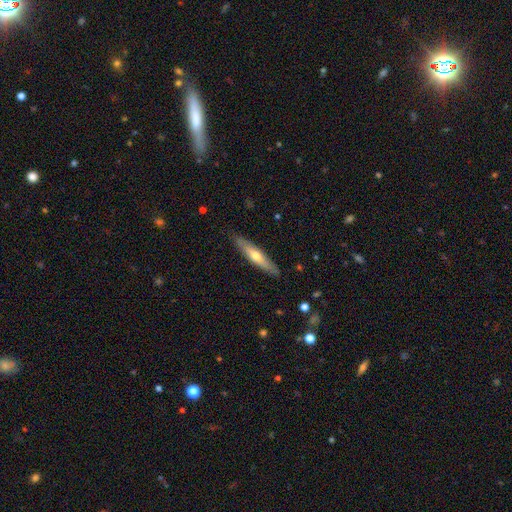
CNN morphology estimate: A smooth galaxy with no disk features (48%).

Vote fractions:
- Smooth or featured? smooth: 48% / featured or disk: 46% / star or artifact: 5%
- Merging? none: 87% / minor disturbance: 10% / major disturbance: 2% / merger: 1%